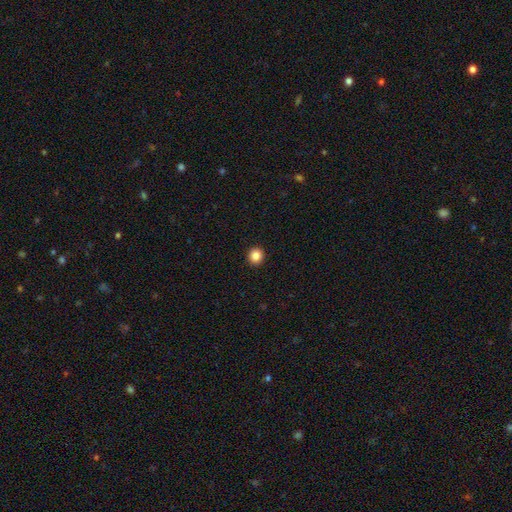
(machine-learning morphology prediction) smooth_or_featured: smooth (p=0.85) [alt: star or artifact p=0.10]
how_rounded: round (p=0.90) [alt: in between p=0.09]
merging: none (p=0.93) [alt: minor disturbance p=0.04]